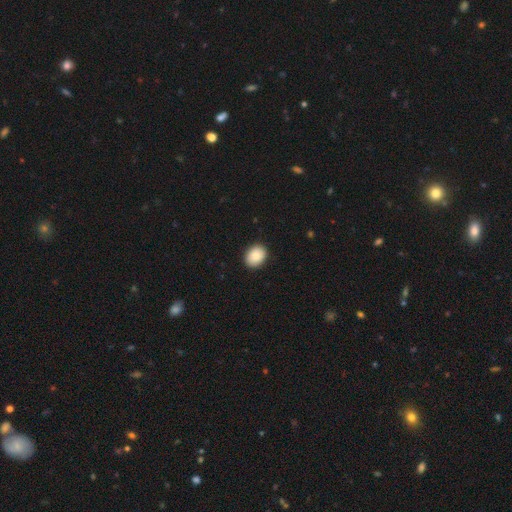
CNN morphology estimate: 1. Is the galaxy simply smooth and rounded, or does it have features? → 88% smooth, 7% star or artifact, 5% featured or disk.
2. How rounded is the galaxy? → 59% in between, 40% round, 1% cigar-shaped.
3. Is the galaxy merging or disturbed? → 90% none, 8% minor disturbance, 2% major disturbance, 1% merger.